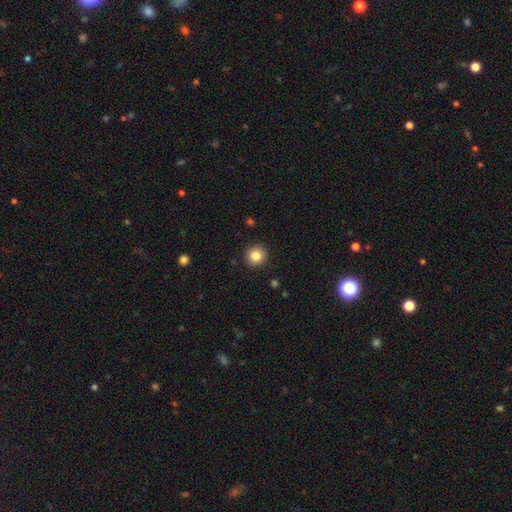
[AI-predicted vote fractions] This appears to be a smooth galaxy with no disk features (83%) that is round (95%). Merging: none (92%).